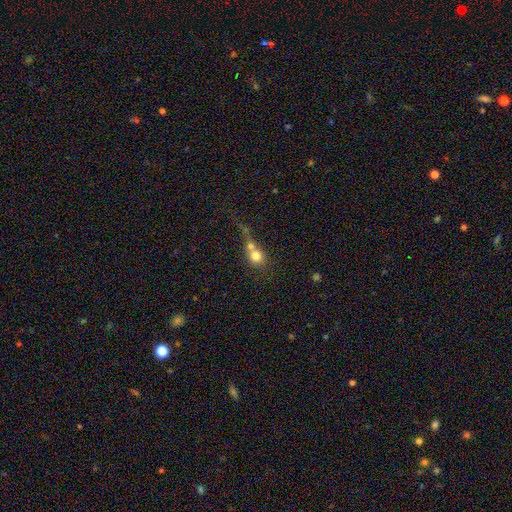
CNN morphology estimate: This appears to be a smooth galaxy with no disk features (71%) that is round (74%). Merging: merger (62%).